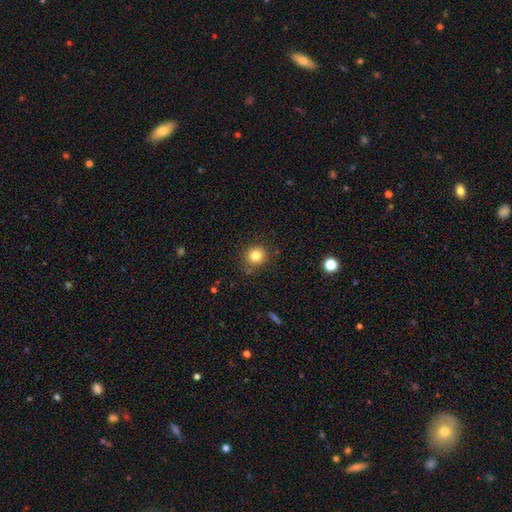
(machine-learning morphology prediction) smooth-or-featured: smooth: 82% | star or artifact: 11% | featured or disk: 6%
  how-rounded: round: 85% | in between: 14% | cigar-shaped: 1%
  merging: none: 82% | minor disturbance: 13% | major disturbance: 3% | merger: 2%